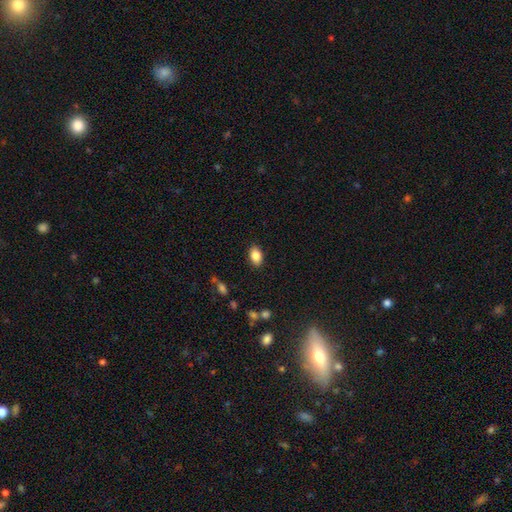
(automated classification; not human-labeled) smooth-or-featured: smooth: 86% | star or artifact: 8% | featured or disk: 6%
  how-rounded: in between: 87% | round: 12% | cigar-shaped: 1%
  merging: none: 87% | minor disturbance: 9% | major disturbance: 2% | merger: 1%